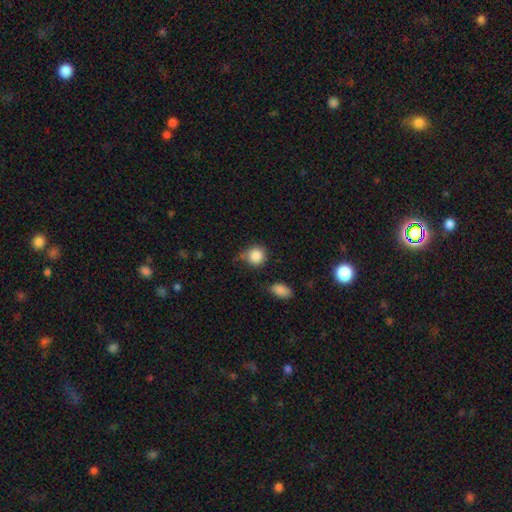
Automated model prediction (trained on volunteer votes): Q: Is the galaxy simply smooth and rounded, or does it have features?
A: smooth — 87%.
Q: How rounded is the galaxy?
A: round — 86%.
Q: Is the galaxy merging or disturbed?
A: none — 59%.